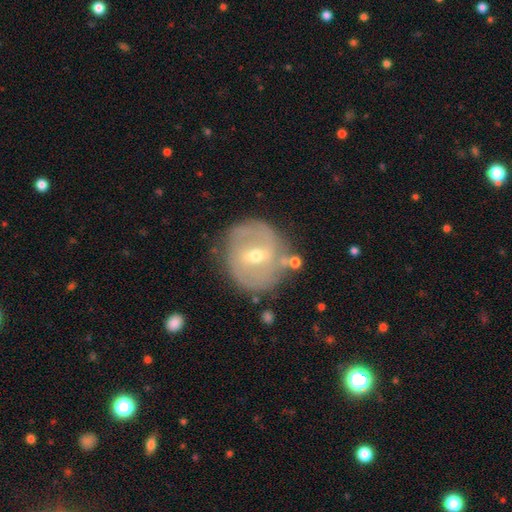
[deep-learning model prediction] smooth_or_featured: featured or disk (p=0.71) [alt: smooth p=0.20]
disk_edge_on: no (p=0.96) [alt: yes p=0.04]
bar: weak (p=0.51) [alt: strong p=0.28]
has_spiral_arms: yes (p=0.76) [alt: no p=0.24]
spiral_winding: tight (p=0.46) [alt: medium p=0.37]
spiral_arm_count: 2 (p=0.64) [alt: can't tell p=0.23]
bulge_size: moderate (p=0.49) [alt: small p=0.48]
merging: none (p=0.79) [alt: minor disturbance p=0.13]